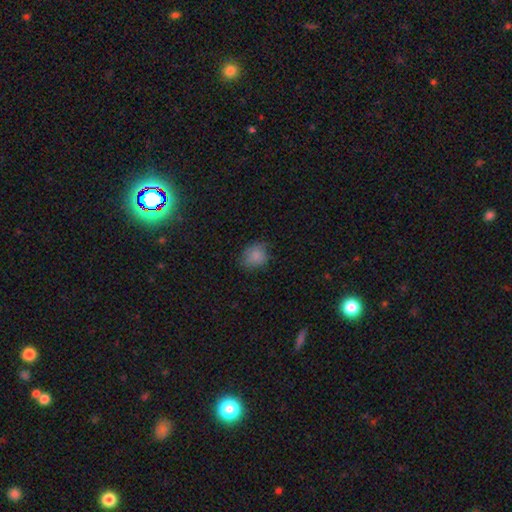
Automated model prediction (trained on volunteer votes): smooth 83%, star or artifact 11%, featured or disk 7%. Down the decision tree: how rounded — round (69%); merging — none (72%).